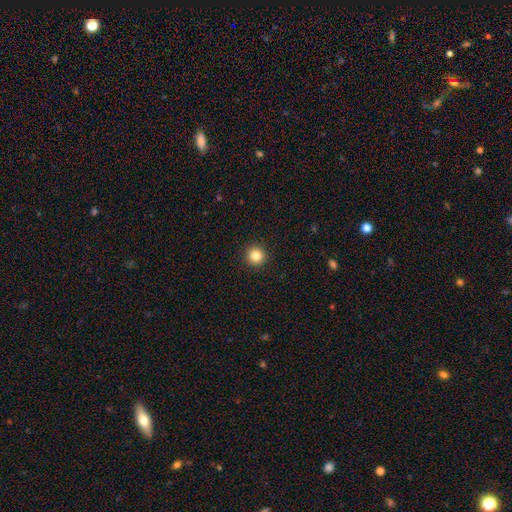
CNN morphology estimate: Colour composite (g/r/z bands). It shows a smooth galaxy with no disk features (84%) that is round (96%). Merging: none (93%).